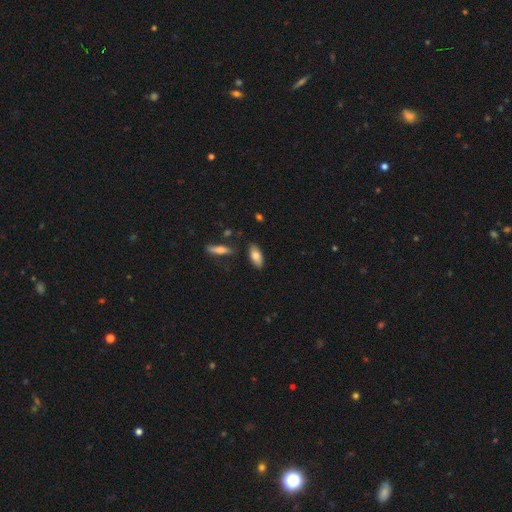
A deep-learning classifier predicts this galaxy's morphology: The model was most divided on "smooth or featured": smooth: 78%, featured or disk: 15%, star or artifact: 6%. More confident: how rounded — in between (84%); merging — none (83%).